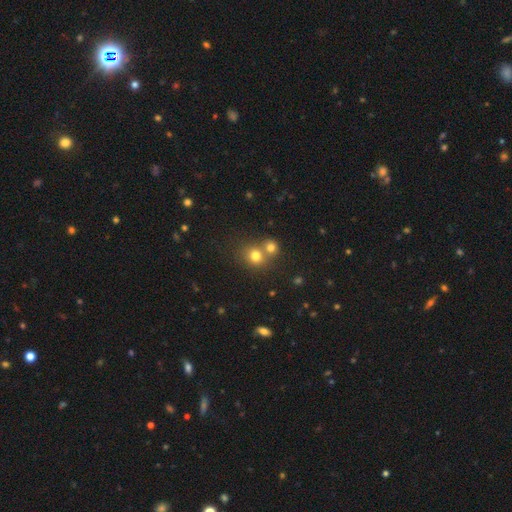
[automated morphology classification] A smooth galaxy with no disk features (76%) that is round (81%).

Vote fractions:
- Smooth or featured? smooth: 76% / star or artifact: 15% / featured or disk: 9%
- How rounded? round: 81% / in between: 18% / cigar-shaped: 1%
- Merging? none: 47% / merger: 43% / minor disturbance: 7% / major disturbance: 3%